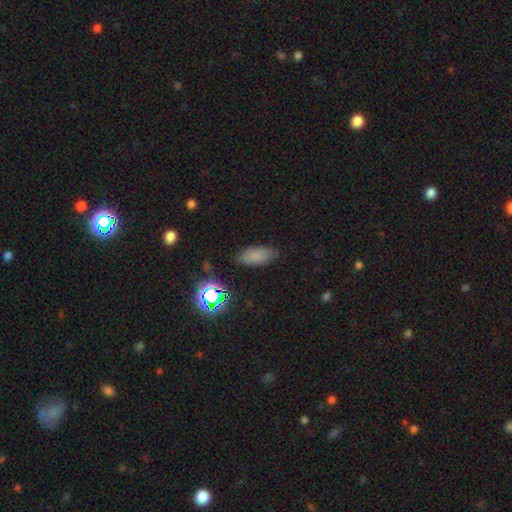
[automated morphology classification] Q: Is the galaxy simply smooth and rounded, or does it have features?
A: smooth — 76%.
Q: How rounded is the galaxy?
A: in between — 86%.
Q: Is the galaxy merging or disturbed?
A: none — 83%.